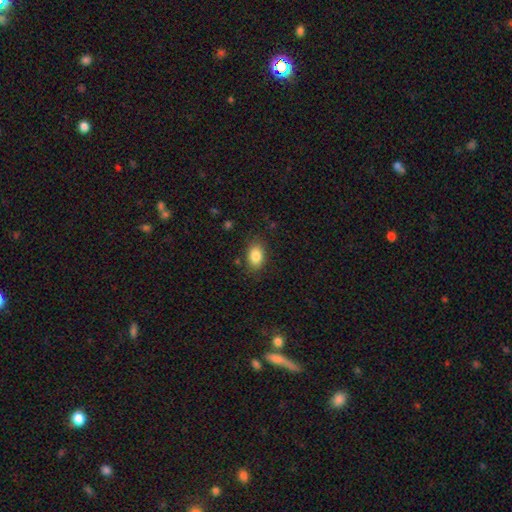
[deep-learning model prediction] Smooth or featured: smooth — 86% (star or artifact — 8%)
How rounded: in between — 85% (round — 13%)
Merging: none — 84% (minor disturbance — 11%)